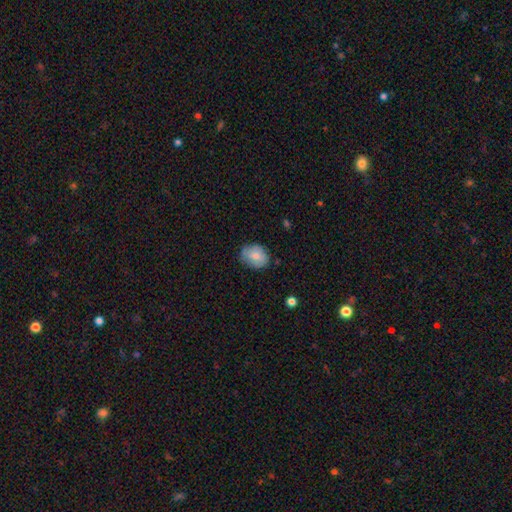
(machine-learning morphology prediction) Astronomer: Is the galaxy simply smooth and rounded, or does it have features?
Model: smooth — 80%.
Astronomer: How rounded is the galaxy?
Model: in between — 60% (runner-up: round, 39%).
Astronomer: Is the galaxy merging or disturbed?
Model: none — 75%.